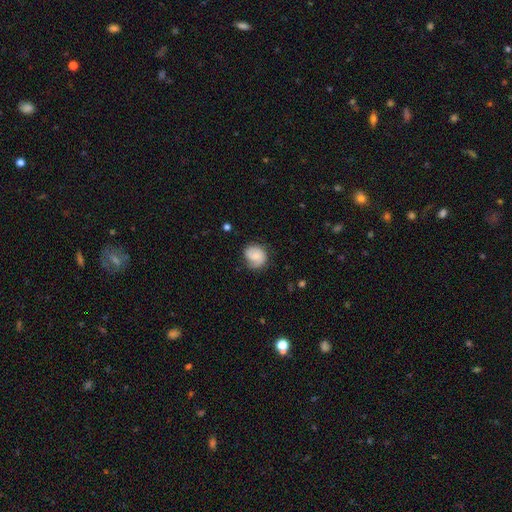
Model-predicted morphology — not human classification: Smooth or featured? Predicted: smooth (p=0.50). How rounded? Predicted: round (p=0.73). Merging? Predicted: none (p=0.64).